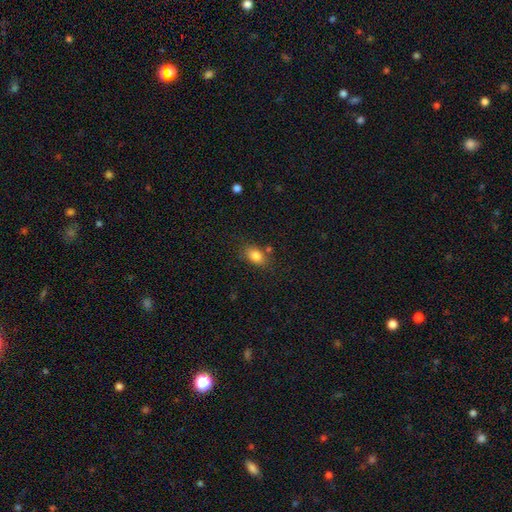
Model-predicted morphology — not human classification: A smooth galaxy with no disk features (83%) that is in between round and cigar-shaped (84%).

Vote fractions:
- Smooth or featured? smooth: 83% / star or artifact: 9% / featured or disk: 8%
- How rounded? in between: 84% / round: 14% / cigar-shaped: 2%
- Merging? none: 74% / minor disturbance: 15% / merger: 7% / major disturbance: 4%